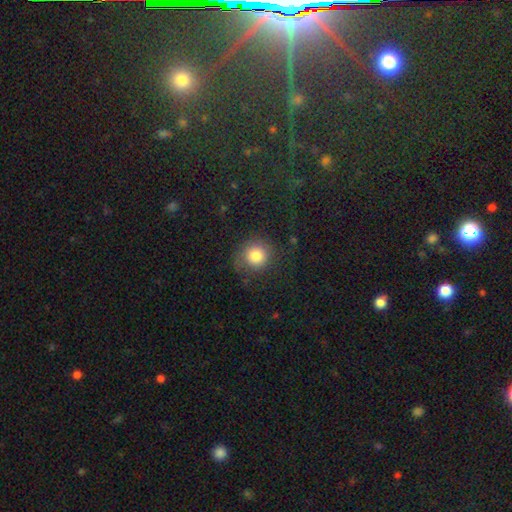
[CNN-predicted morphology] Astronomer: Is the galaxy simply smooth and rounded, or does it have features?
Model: smooth — 80%.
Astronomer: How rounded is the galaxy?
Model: round — 89%.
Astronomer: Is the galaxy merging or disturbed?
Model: none — 71%.